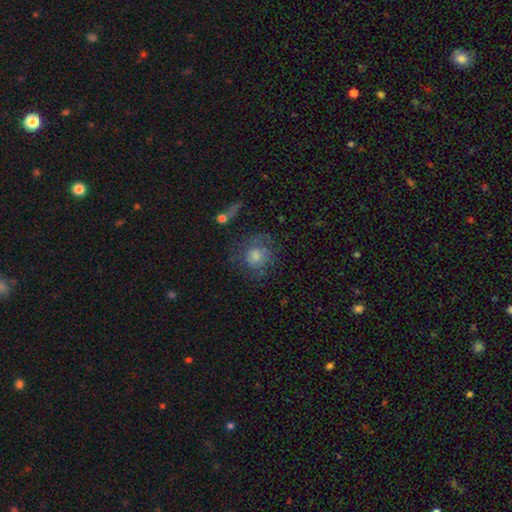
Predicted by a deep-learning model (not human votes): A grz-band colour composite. It shows a smooth galaxy with no disk features (48%). Merging: none (63%).